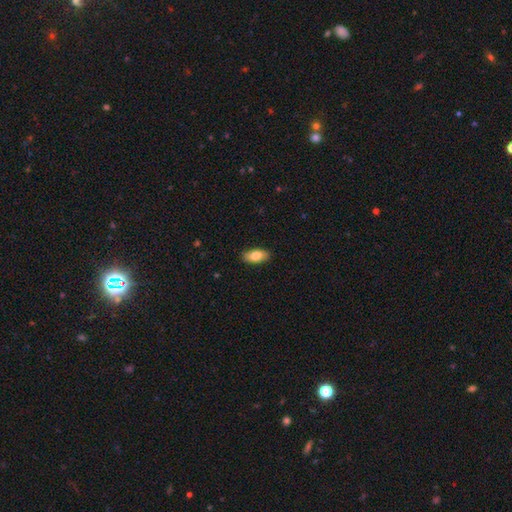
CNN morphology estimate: This appears to be a smooth galaxy with no disk features (82%) that is in between round and cigar-shaped (90%). Merging: none (87%).